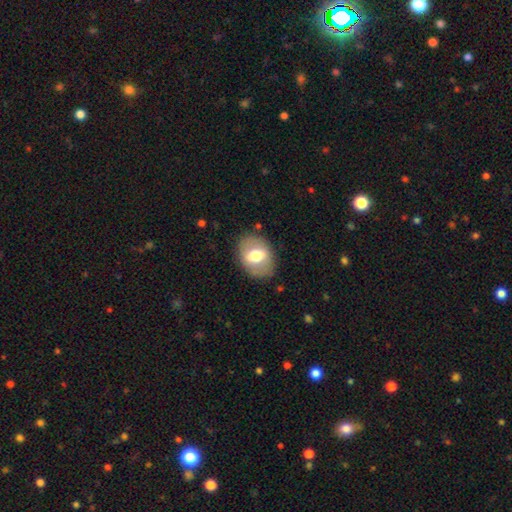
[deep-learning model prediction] A smooth galaxy with no disk features (57%) that is in between round and cigar-shaped (70%).

Vote fractions:
- Smooth or featured? smooth: 57% / featured or disk: 36% / star or artifact: 7%
- How rounded? in between: 70% / round: 29% / cigar-shaped: 1%
- Merging? none: 82% / minor disturbance: 12% / major disturbance: 5% / merger: 1%